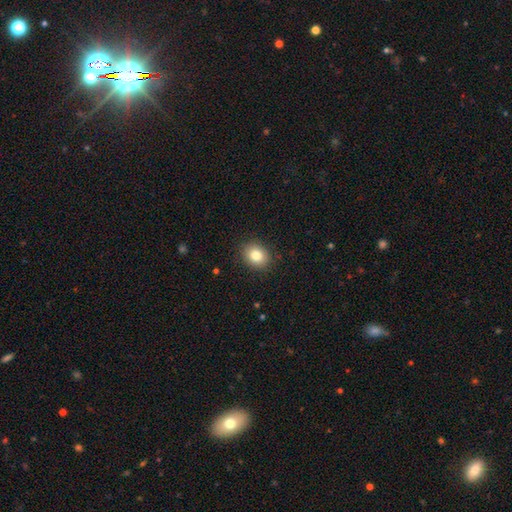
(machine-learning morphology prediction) Overall: smooth (82%). How rounded: round (59%; in between 41%). Merging: none (89%).